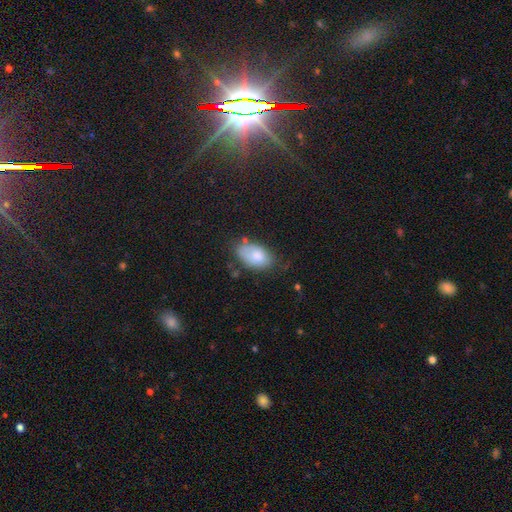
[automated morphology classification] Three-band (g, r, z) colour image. It shows a smooth galaxy with no disk features (80%) that is in between round and cigar-shaped (93%). Merging: none (57%).